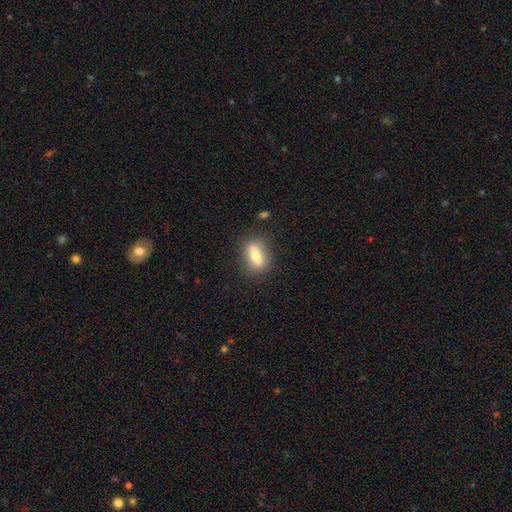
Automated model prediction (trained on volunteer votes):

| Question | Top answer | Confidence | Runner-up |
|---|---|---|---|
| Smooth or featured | smooth | 62% | featured or disk (30%) |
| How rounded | in between | 66% | cigar-shaped (18%) |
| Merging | none | 85% | minor disturbance (10%) |